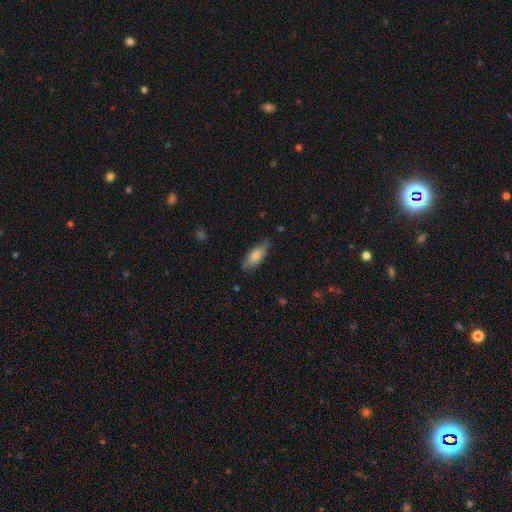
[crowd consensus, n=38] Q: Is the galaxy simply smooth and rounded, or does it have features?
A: smooth — 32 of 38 (84%).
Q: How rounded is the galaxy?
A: in between — 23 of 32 (72%).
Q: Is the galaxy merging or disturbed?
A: none — 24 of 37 (65%).